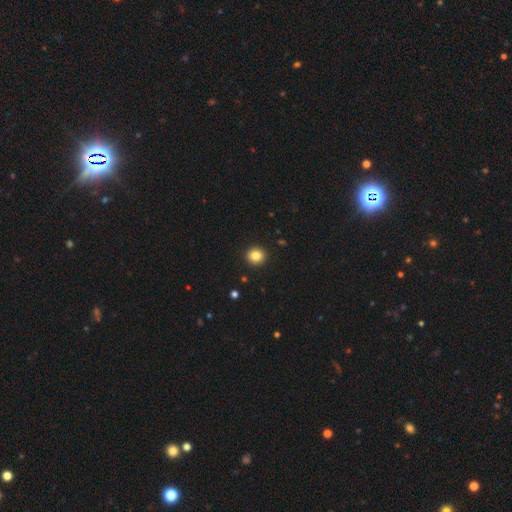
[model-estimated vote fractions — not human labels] smooth-or-featured: smooth: 84% | star or artifact: 10% | featured or disk: 5%
  how-rounded: round: 92% | in between: 7% | cigar-shaped: 1%
  merging: none: 93% | minor disturbance: 4% | major disturbance: 2% | merger: 1%